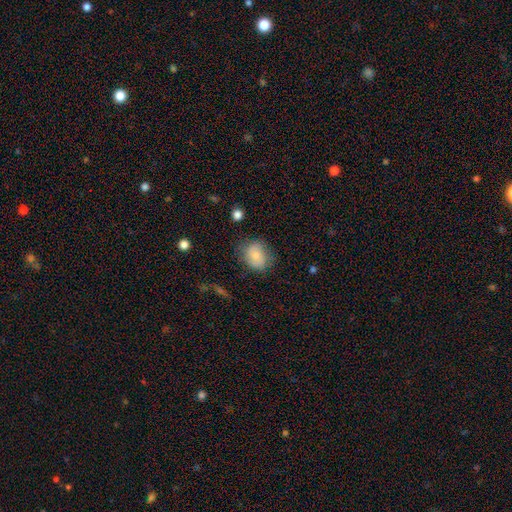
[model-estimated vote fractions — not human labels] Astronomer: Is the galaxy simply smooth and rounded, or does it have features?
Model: smooth — 76%.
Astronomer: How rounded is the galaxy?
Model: in between — 51% (runner-up: round, 48%).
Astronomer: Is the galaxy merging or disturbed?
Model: none — 67%.